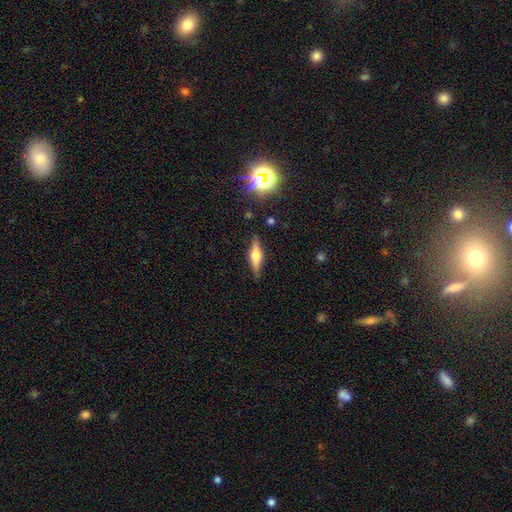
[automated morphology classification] Smooth or featured: featured or disk — 57% (smooth — 33%)
Edge-on disk: yes — 94% (no — 6%)
Edge-on bulge: rounded — 87% (boxy — 10%)
Merging: none — 85% (minor disturbance — 11%)